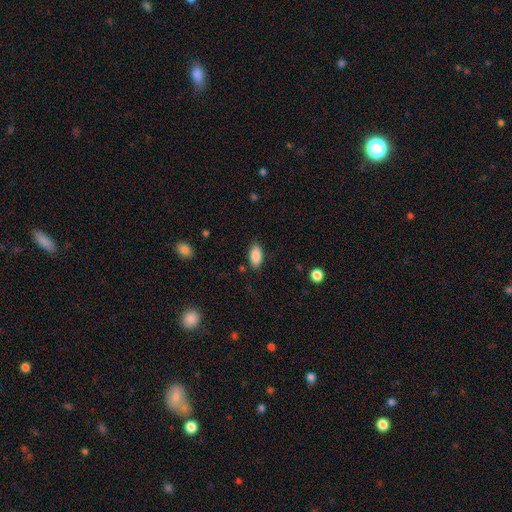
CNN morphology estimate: A smooth galaxy with no disk features (87%) that is in between round and cigar-shaped (90%). Merging: none (83%).